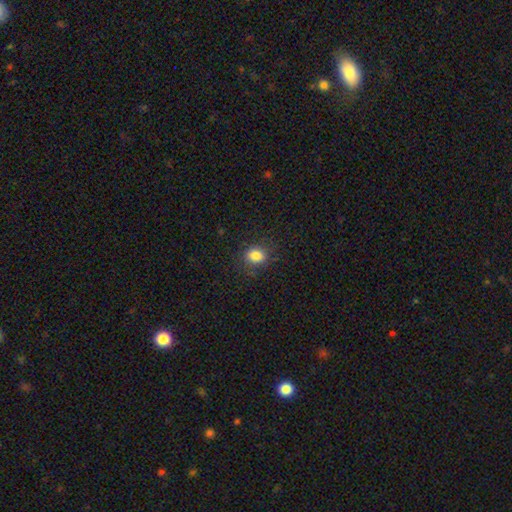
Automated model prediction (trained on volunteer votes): Morphology: type=smooth (83%); roundness=round (57%); merging=none (83%).